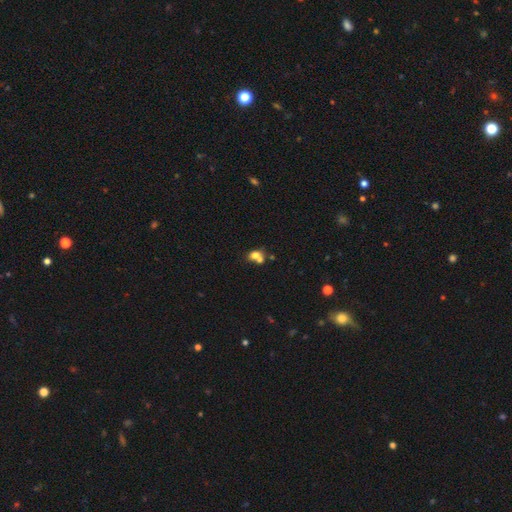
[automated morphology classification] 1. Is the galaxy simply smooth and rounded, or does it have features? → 70% smooth, 17% featured or disk, 13% star or artifact.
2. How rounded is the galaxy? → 53% round, 46% in between, 1% cigar-shaped.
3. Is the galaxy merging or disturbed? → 55% merger, 32% none, 8% minor disturbance, 4% major disturbance.